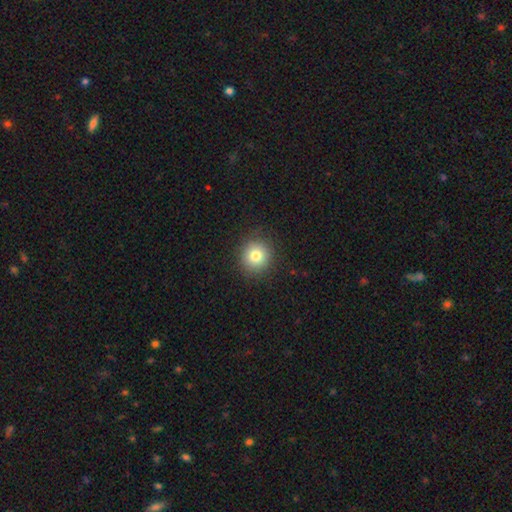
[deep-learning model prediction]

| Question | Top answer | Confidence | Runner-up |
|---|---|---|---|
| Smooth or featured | smooth | 80% | star or artifact (11%) |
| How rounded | round | 92% | in between (7%) |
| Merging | none | 89% | minor disturbance (7%) |